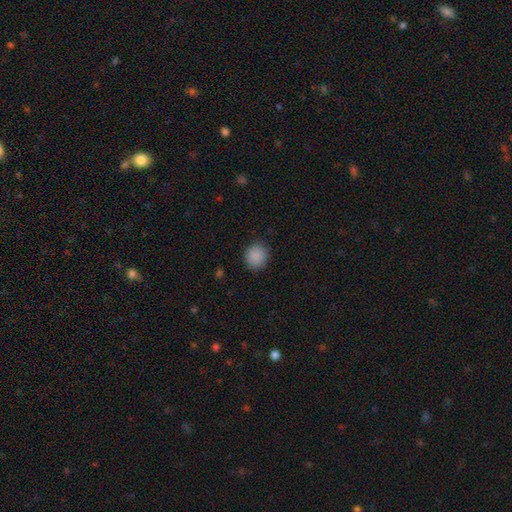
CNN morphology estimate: Smooth or featured: smooth — 89% (star or artifact — 8%)
How rounded: round — 89% (in between — 10%)
Merging: none — 88% (minor disturbance — 9%)